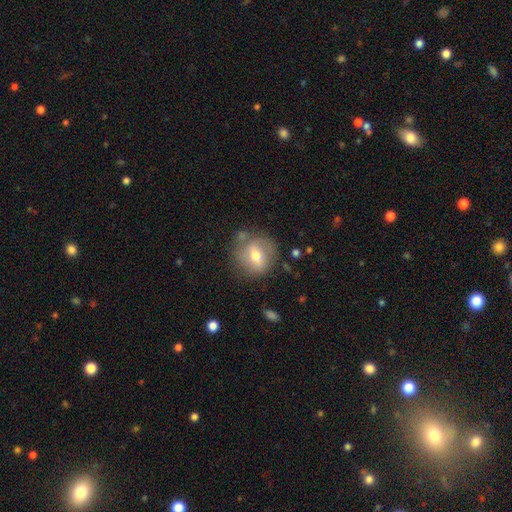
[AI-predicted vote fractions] smooth-or-featured: smooth: 56% | featured or disk: 35% | star or artifact: 8%
  how-rounded: round: 78% | in between: 21% | cigar-shaped: 1%
  merging: none: 69% | minor disturbance: 18% | major disturbance: 7% | merger: 5%